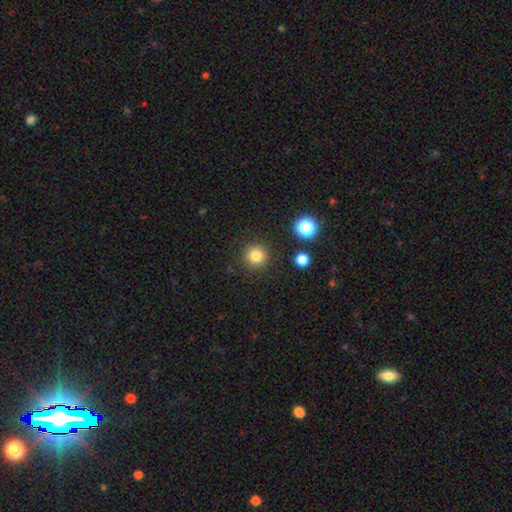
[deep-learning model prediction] smooth_or_featured: smooth (p=0.81) [alt: star or artifact p=0.13]
how_rounded: round (p=0.95) [alt: in between p=0.04]
merging: none (p=0.90) [alt: minor disturbance p=0.06]